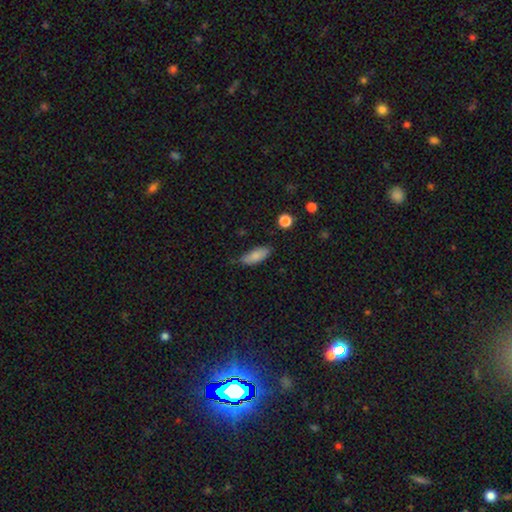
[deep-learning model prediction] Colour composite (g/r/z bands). It shows a smooth galaxy with no disk features (85%) that is in between round and cigar-shaped (77%). Merging: none (70%).